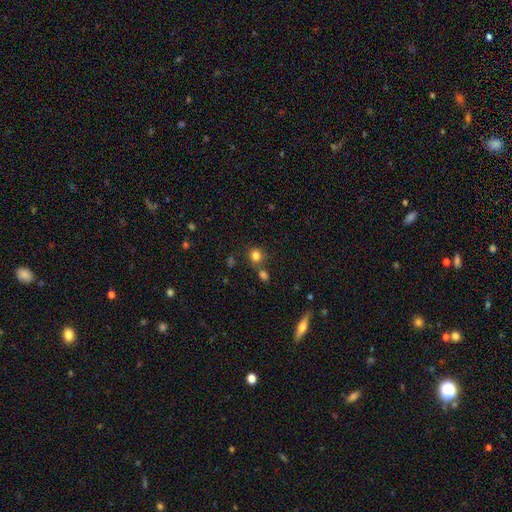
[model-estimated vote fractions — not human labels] A smooth galaxy with no disk features (81%) that is round (85%). Merging: none (69%).